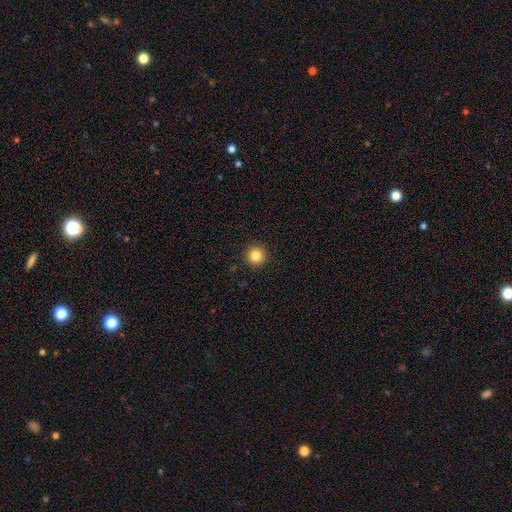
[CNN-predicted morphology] The model was most divided on "smooth or featured": smooth: 85%, star or artifact: 11%, featured or disk: 4%. More confident: how rounded — round (96%); merging — none (93%).